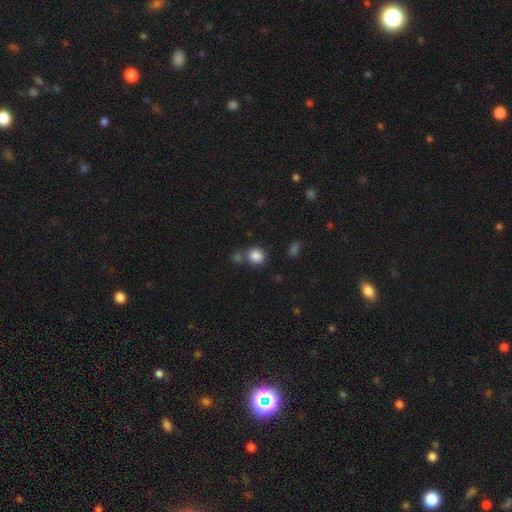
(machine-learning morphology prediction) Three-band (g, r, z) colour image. It shows a smooth galaxy with no disk features (85%) that is round (83%). Merging: none (64%).